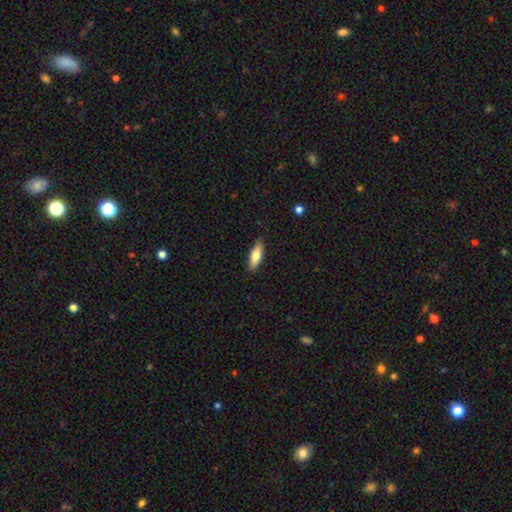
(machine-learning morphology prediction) Smooth or featured: smooth — 73% (featured or disk — 21%)
How rounded: in between — 53% (cigar-shaped — 45%)
Merging: none — 88% (minor disturbance — 9%)